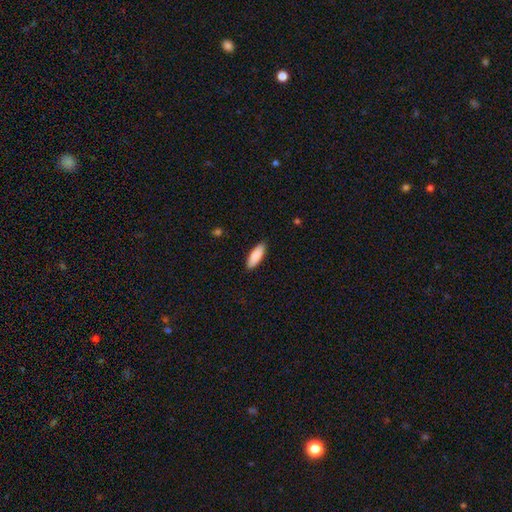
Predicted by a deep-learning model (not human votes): The model was most divided on "how rounded": in between: 65%, cigar-shaped: 34%, round: 2%. More confident: merging — none (90%); smooth or featured — smooth (88%).